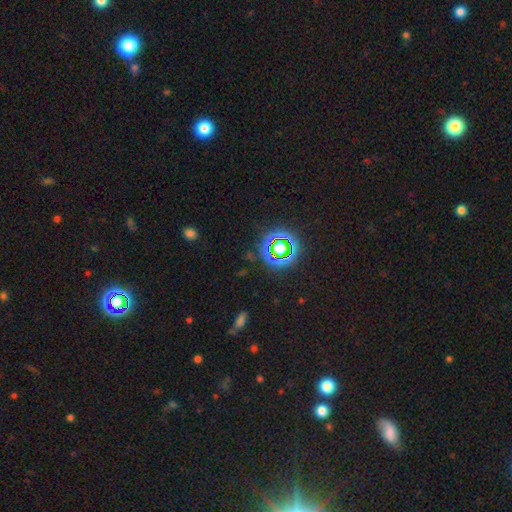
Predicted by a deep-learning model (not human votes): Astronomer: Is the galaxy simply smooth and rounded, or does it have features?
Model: star or artifact — 71%.